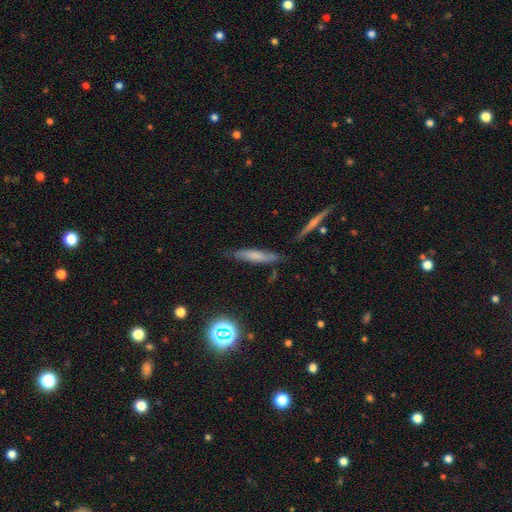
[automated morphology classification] smooth_or_featured: smooth (p=0.61) [alt: featured or disk p=0.28]
how_rounded: cigar-shaped (p=0.85) [alt: in between p=0.12]
merging: none (p=0.80) [alt: minor disturbance p=0.14]